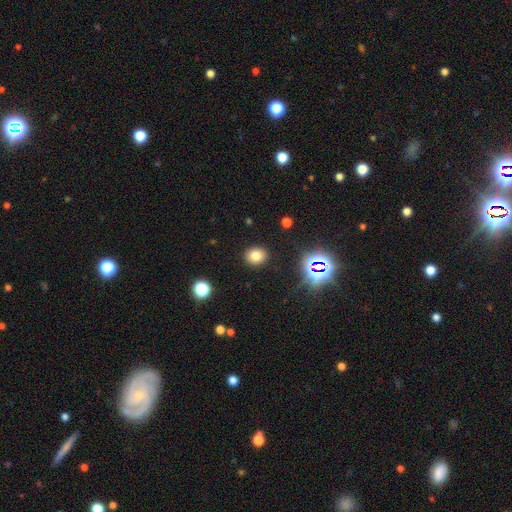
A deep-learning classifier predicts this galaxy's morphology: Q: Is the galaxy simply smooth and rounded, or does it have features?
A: smooth — 76%.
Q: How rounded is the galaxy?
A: round — 70%.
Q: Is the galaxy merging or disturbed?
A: none — 89%.